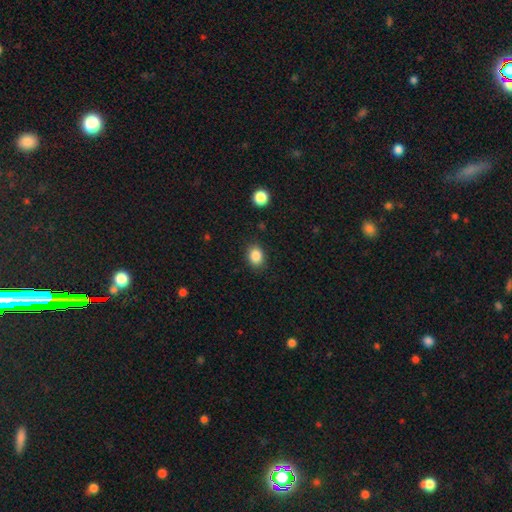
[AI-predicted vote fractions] Smooth or featured? Predicted: smooth (p=0.86). How rounded? Predicted: in between (p=0.58). Merging? Predicted: none (p=0.86).